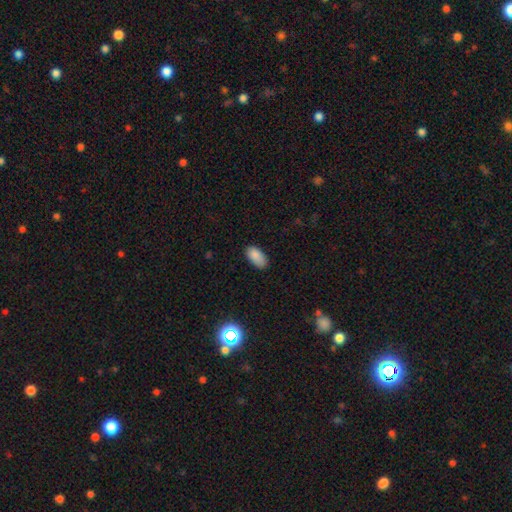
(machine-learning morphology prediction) A smooth galaxy with no disk features (87%) that is in between round and cigar-shaped (94%).

Vote fractions:
- Smooth or featured? smooth: 87% / star or artifact: 8% / featured or disk: 5%
- How rounded? in between: 94% / round: 3% / cigar-shaped: 3%
- Merging? none: 77% / minor disturbance: 18% / major disturbance: 3% / merger: 1%